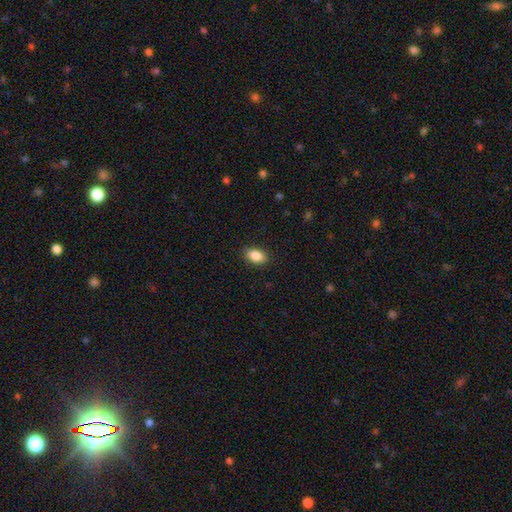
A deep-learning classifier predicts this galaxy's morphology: smooth_or_featured: smooth (p=0.87) [alt: star or artifact p=0.08]
how_rounded: in between (p=0.90) [alt: round p=0.08]
merging: none (p=0.89) [alt: minor disturbance p=0.08]